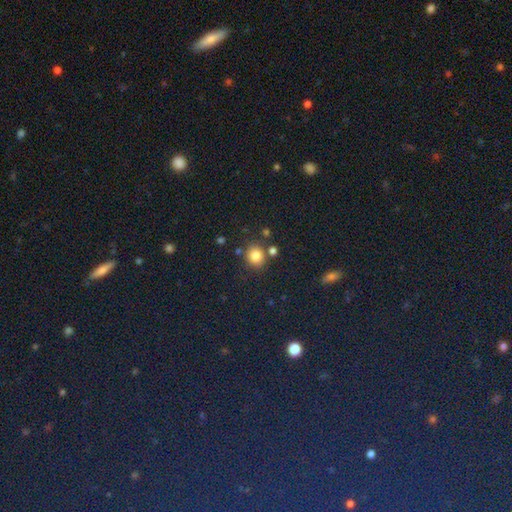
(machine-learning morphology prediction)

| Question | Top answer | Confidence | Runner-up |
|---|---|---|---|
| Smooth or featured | smooth | 81% | star or artifact (13%) |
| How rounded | round | 81% | in between (18%) |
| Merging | none | 78% | minor disturbance (10%) |